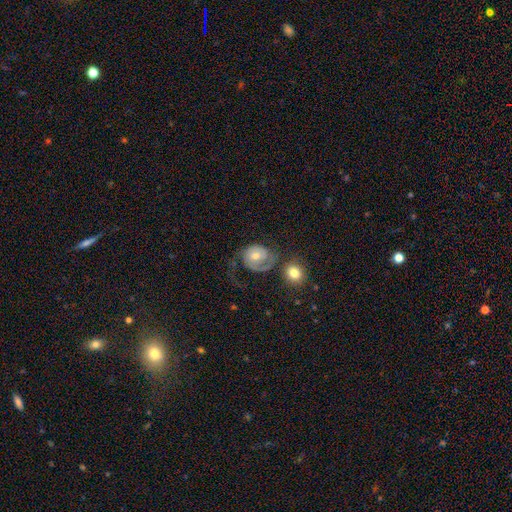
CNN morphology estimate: Smooth or featured: featured or disk — 67% (smooth — 26%)
Edge-on disk: no — 97% (yes — 3%)
Bar: no — 73% (weak — 23%)
Spiral arms: yes — 86% (no — 14%)
Spiral winding: tight — 41% (medium — 36%)
Spiral arm count: 1 — 49% (2 — 34%)
Bulge size: moderate — 57% (small — 33%)
Merging: none — 35% (major disturbance — 34%)